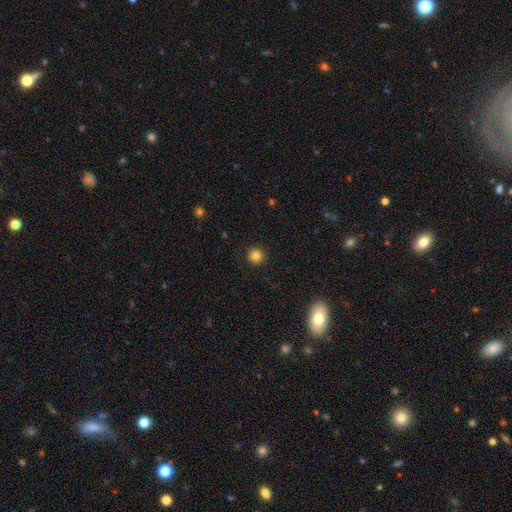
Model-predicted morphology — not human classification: Overall: smooth (84%). How rounded: round (95%). Merging: none (92%).